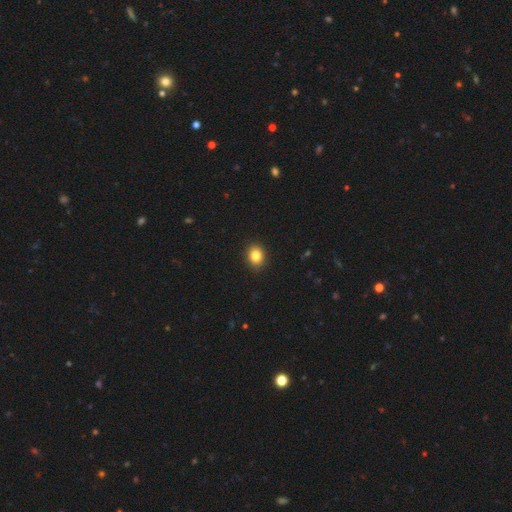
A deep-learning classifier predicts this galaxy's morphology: smooth-or-featured: smooth: 85% | star or artifact: 10% | featured or disk: 6%
  how-rounded: round: 52% | in between: 47% | cigar-shaped: 1%
  merging: none: 90% | minor disturbance: 7% | major disturbance: 2% | merger: 1%